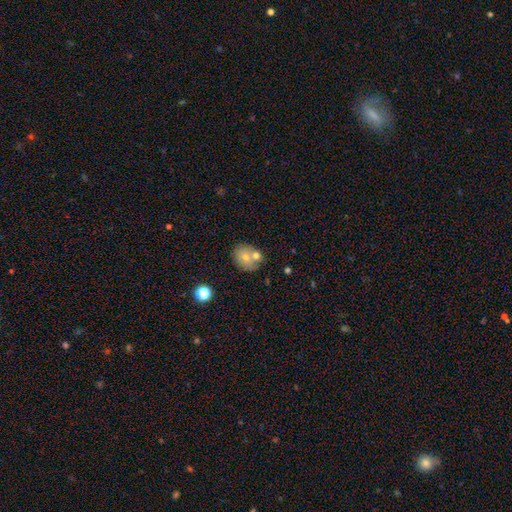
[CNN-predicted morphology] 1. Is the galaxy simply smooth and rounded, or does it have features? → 68% smooth, 21% featured or disk, 10% star or artifact.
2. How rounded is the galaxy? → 57% round, 42% in between, 1% cigar-shaped.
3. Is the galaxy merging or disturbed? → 55% none, 30% merger, 12% minor disturbance, 4% major disturbance.